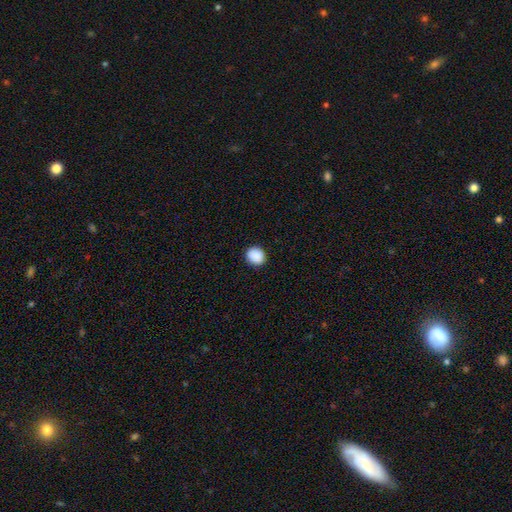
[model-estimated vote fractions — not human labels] Smooth or featured? smooth (89%)
How rounded? round (75%)
Merging? none (89%)